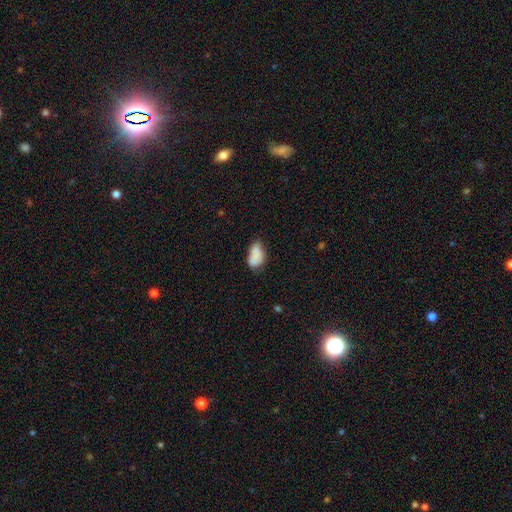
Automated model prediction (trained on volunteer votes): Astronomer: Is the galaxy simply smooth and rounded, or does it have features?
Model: smooth — 78%.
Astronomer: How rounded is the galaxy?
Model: in between — 91%.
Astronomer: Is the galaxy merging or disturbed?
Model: none — 44% (runner-up: minor disturbance, 36%).